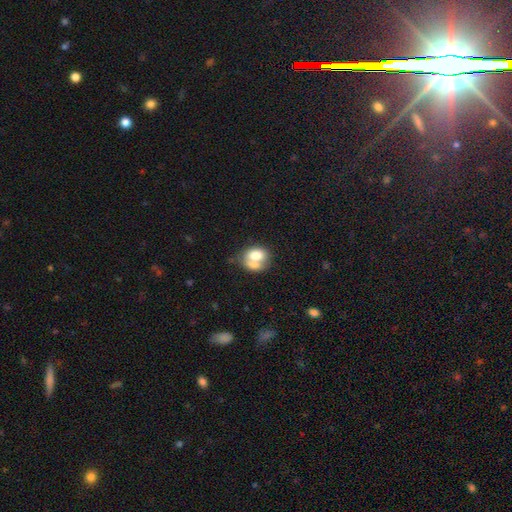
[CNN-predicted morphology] Q: Smooth or featured?
A: smooth (69%); runner-up: featured or disk (23%)
Q: How rounded?
A: in between (59%); runner-up: round (39%)
Q: Merging?
A: merger (54%); runner-up: none (28%)